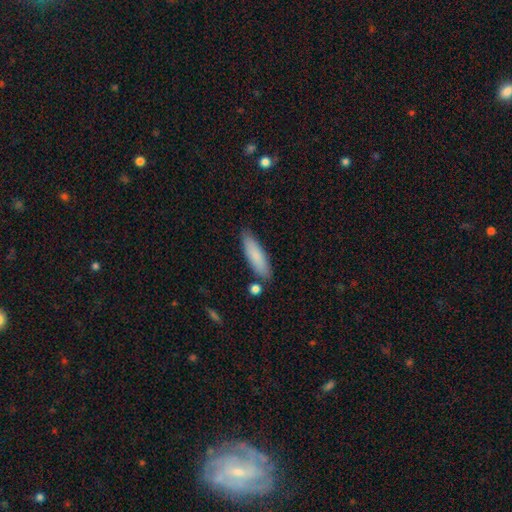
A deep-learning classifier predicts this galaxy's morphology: Smooth or featured? smooth (84%)
How rounded? cigar-shaped (62%)
Merging? none (82%)